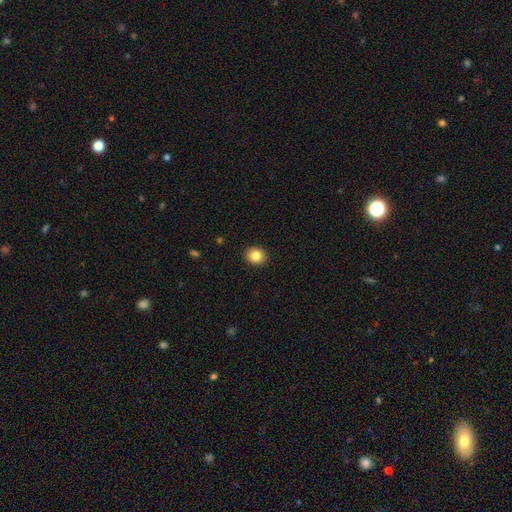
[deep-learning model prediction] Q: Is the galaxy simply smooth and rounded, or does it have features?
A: smooth — 85%.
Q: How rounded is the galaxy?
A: round — 74%.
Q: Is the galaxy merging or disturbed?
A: none — 92%.